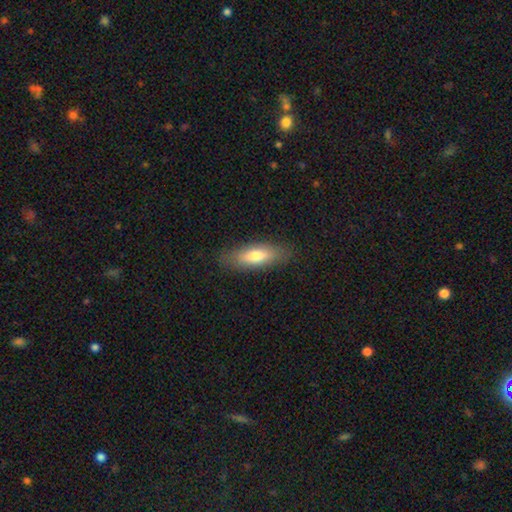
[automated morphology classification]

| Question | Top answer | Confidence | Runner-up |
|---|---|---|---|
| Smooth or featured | smooth | 73% | featured or disk (20%) |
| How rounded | in between | 62% | cigar-shaped (36%) |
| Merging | none | 84% | minor disturbance (12%) |